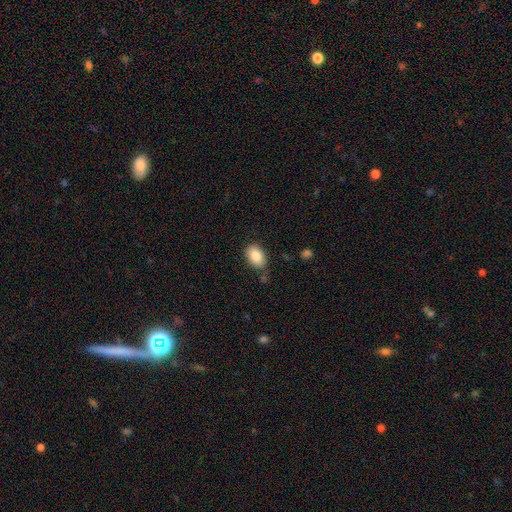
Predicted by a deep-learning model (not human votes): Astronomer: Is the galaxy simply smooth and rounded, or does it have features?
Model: smooth — 86%.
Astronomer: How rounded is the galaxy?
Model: in between — 88%.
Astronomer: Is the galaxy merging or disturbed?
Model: none — 78%.